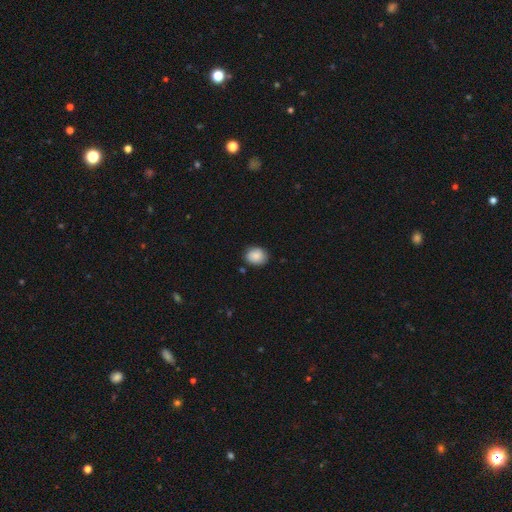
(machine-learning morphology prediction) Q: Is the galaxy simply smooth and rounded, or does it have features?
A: smooth — 87%.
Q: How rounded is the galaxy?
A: round — 55%.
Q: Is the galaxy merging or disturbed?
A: none — 83%.